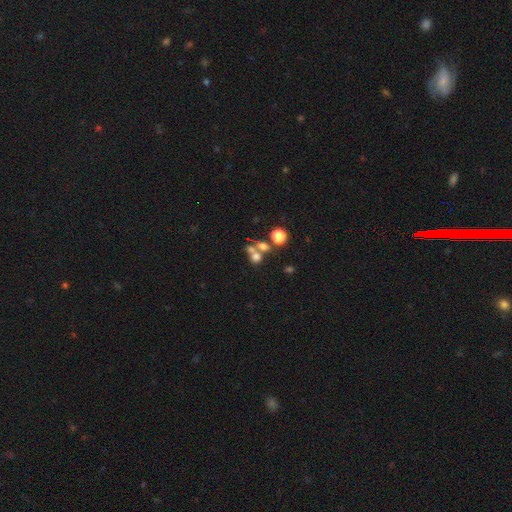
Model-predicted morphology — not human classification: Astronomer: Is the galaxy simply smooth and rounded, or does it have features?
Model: smooth — 61%.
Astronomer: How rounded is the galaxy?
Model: round — 68%.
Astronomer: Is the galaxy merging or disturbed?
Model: merger — 51% (runner-up: none, 33%).